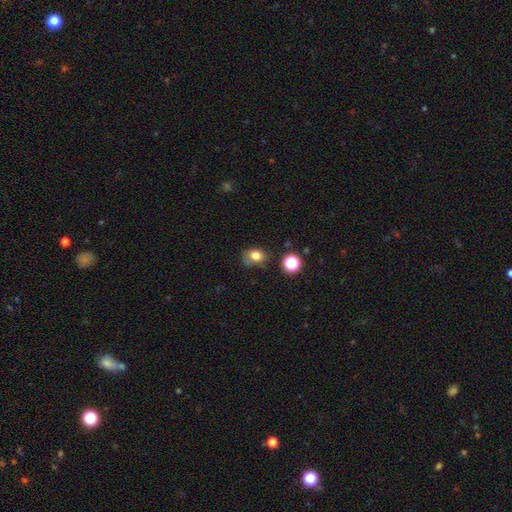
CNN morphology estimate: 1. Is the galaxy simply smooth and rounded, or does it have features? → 78% smooth, 13% star or artifact, 10% featured or disk.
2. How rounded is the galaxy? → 55% in between, 44% round, 1% cigar-shaped.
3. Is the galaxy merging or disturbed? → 57% none, 28% minor disturbance, 9% major disturbance, 6% merger.